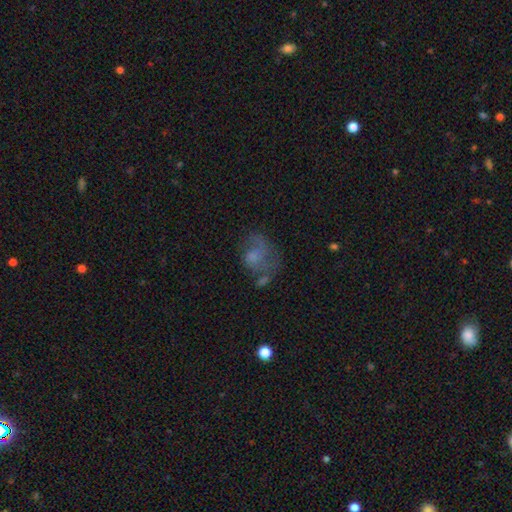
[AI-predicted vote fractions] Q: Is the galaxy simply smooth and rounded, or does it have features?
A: featured or disk — 44%.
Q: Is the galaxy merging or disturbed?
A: none — 35%.